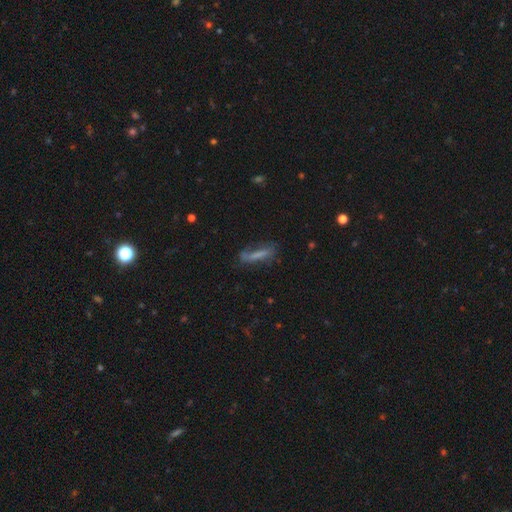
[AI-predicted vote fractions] Q: Smooth or featured?
A: smooth (55%); runner-up: featured or disk (32%)
Q: How rounded?
A: cigar-shaped (78%); runner-up: in between (20%)
Q: Merging?
A: none (57%); runner-up: minor disturbance (24%)